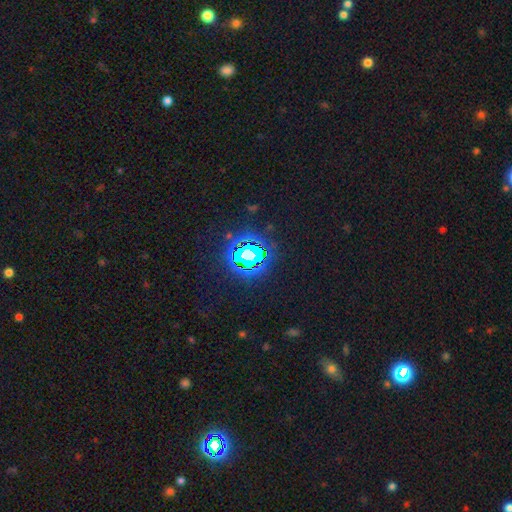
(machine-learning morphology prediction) The model was most divided on "smooth or featured": star or artifact: 82%, smooth: 11%, featured or disk: 7%.